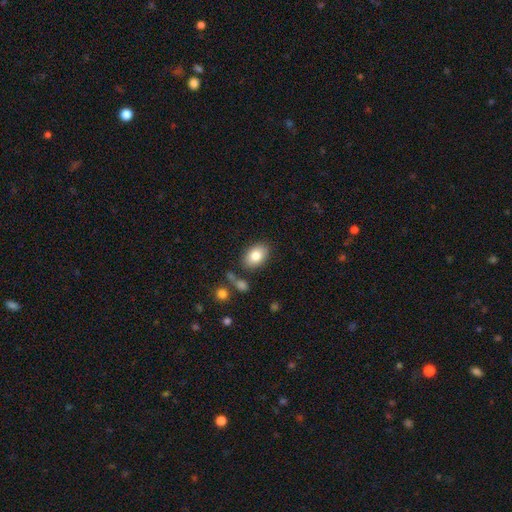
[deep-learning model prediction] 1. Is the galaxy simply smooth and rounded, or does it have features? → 83% smooth, 10% featured or disk, 7% star or artifact.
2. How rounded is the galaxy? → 86% in between, 13% round, 1% cigar-shaped.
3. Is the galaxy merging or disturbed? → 81% none, 11% minor disturbance, 4% merger, 3% major disturbance.